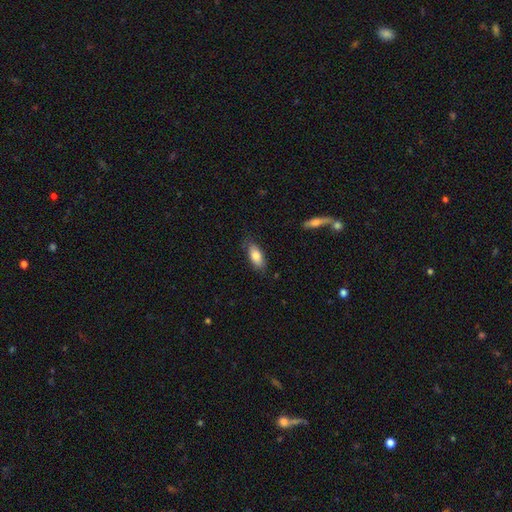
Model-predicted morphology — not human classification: Smooth or featured: smooth — 83% (featured or disk — 11%)
How rounded: in between — 82% (cigar-shaped — 15%)
Merging: none — 79% (minor disturbance — 16%)